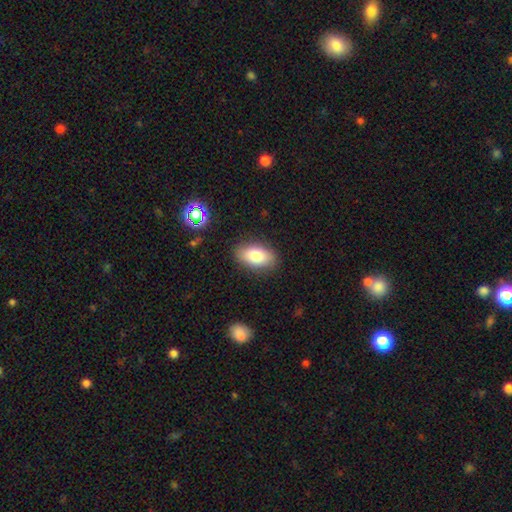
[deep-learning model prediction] Q: Smooth or featured?
A: smooth (83%); runner-up: featured or disk (10%)
Q: How rounded?
A: in between (92%); runner-up: round (5%)
Q: Merging?
A: none (86%); runner-up: minor disturbance (10%)